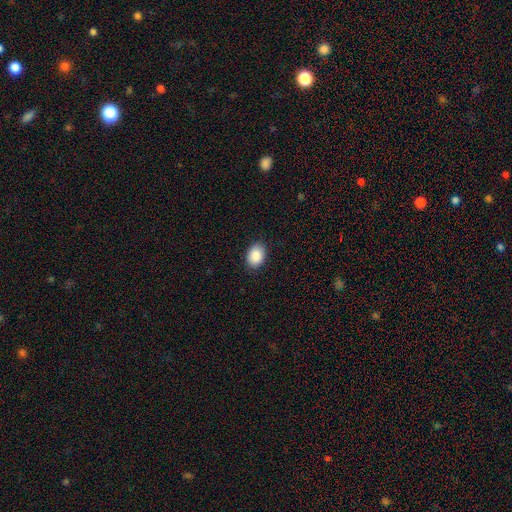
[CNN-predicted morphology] smooth-or-featured: smooth: 89% | star or artifact: 7% | featured or disk: 4%
  how-rounded: in between: 81% | round: 18% | cigar-shaped: 1%
  merging: none: 88% | minor disturbance: 9% | major disturbance: 2% | merger: 1%